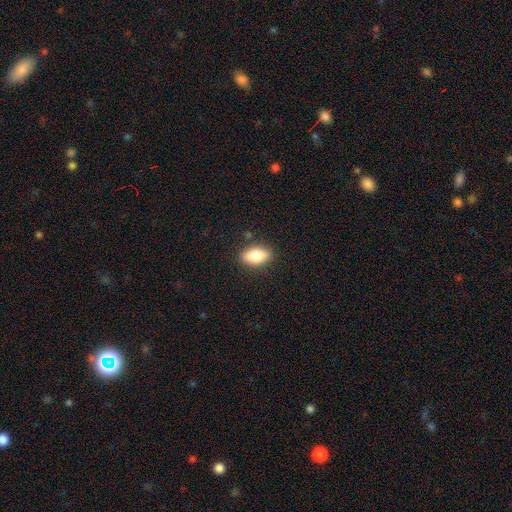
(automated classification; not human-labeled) The model was most divided on "smooth or featured": smooth: 79%, featured or disk: 14%, star or artifact: 7%. More confident: how rounded — in between (86%); merging — none (86%).